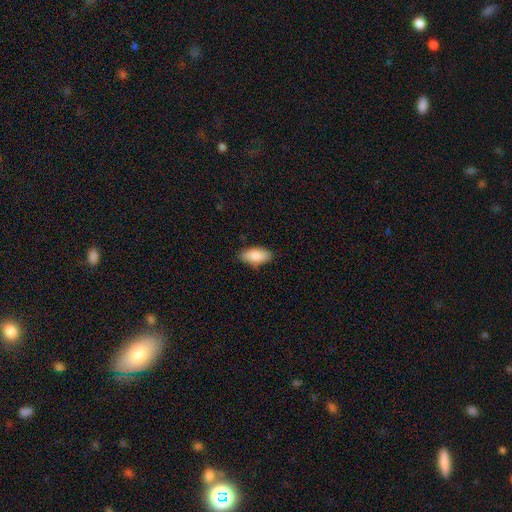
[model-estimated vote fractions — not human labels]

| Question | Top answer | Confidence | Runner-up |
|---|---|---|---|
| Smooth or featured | smooth | 89% | star or artifact (6%) |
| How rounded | in between | 90% | cigar-shaped (8%) |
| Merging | none | 84% | minor disturbance (13%) |